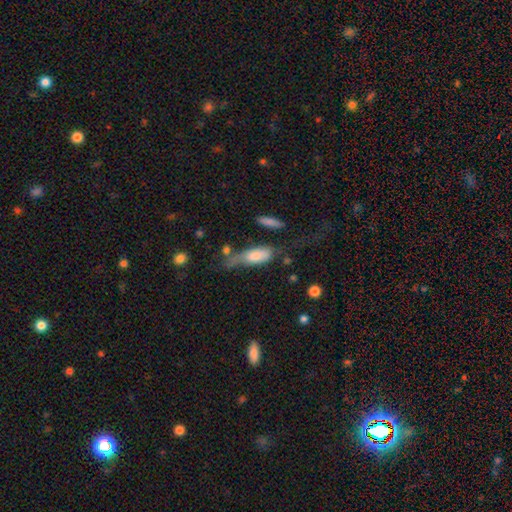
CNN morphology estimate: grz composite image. It shows a smooth galaxy with no disk features (63%) that is in between round and cigar-shaped (66%). Merging: major disturbance (33%).